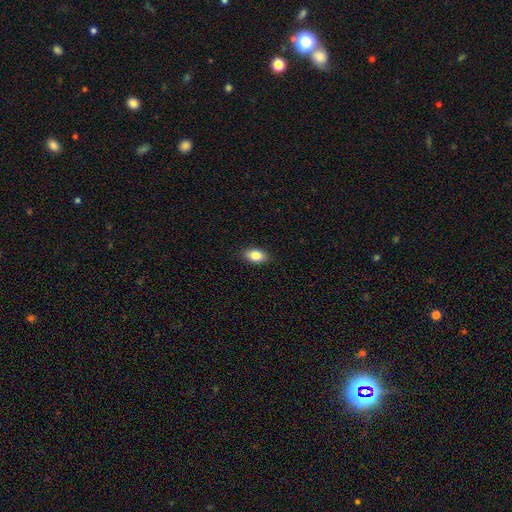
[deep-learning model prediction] smooth-or-featured: smooth: 84% | featured or disk: 8% | star or artifact: 8%
  how-rounded: in between: 89% | round: 8% | cigar-shaped: 2%
  merging: none: 88% | minor disturbance: 9% | major disturbance: 2% | merger: 1%